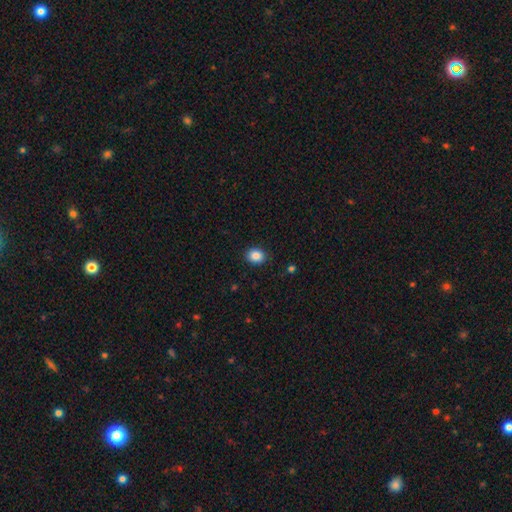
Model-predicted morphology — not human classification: smooth 86%, star or artifact 9%, featured or disk 4%. Down the decision tree: how rounded — round (55%); merging — none (89%).